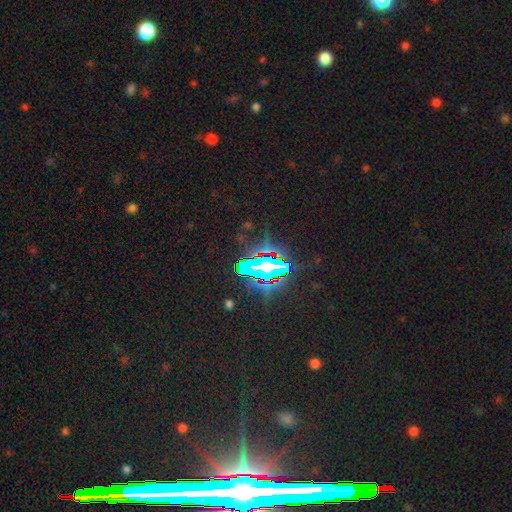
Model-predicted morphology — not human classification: A star or artifact, not a galaxy (74%).

Vote fractions:
- Smooth or featured? star or artifact: 74% / smooth: 13% / featured or disk: 12%